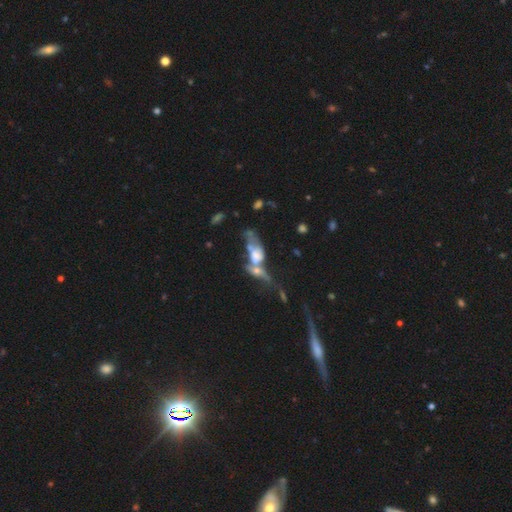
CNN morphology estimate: featured or disk 51%, smooth 35%, star or artifact 13%. Down the decision tree: edge-on disk — no (76%); merging — merger (64%).